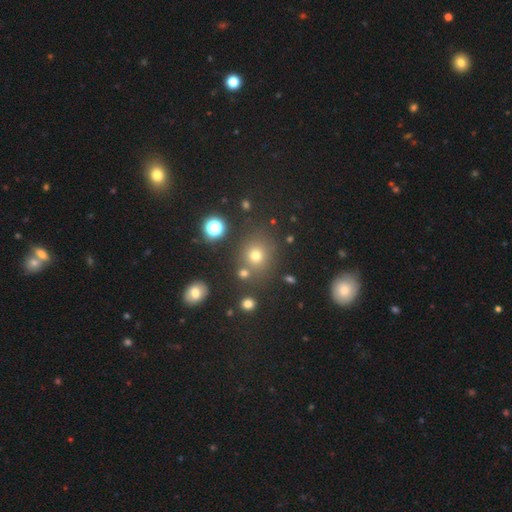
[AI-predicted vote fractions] A smooth galaxy with no disk features (68%) that is round (85%).

Vote fractions:
- Smooth or featured? smooth: 68% / star or artifact: 23% / featured or disk: 9%
- How rounded? round: 85% / in between: 14% / cigar-shaped: 1%
- Merging? none: 76% / minor disturbance: 10% / merger: 10% / major disturbance: 4%